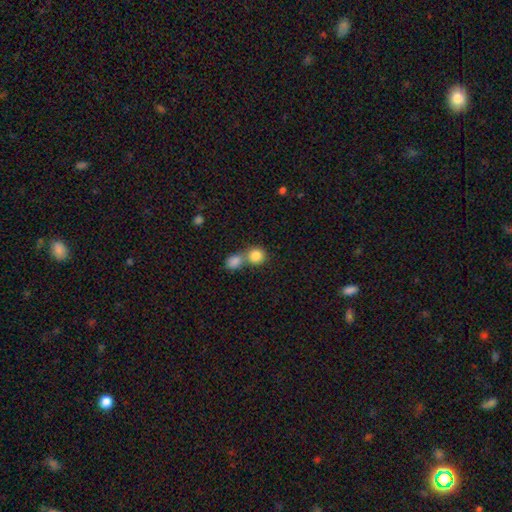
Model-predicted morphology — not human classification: smooth_or_featured: smooth (p=0.84) [alt: star or artifact p=0.09]
how_rounded: round (p=0.85) [alt: in between p=0.14]
merging: merger (p=0.54) [alt: none p=0.38]